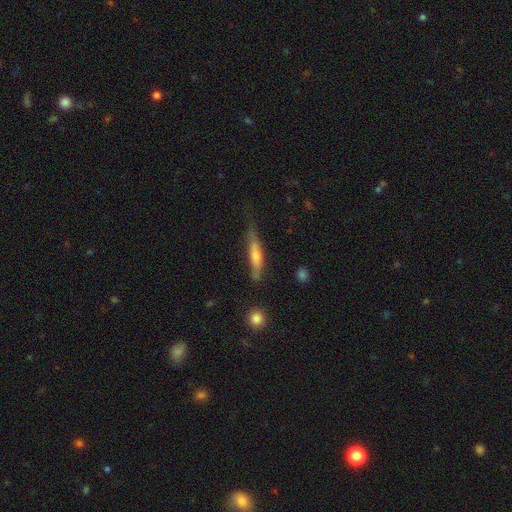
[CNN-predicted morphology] Smooth or featured? featured or disk (49%)
Merging? none (61%)